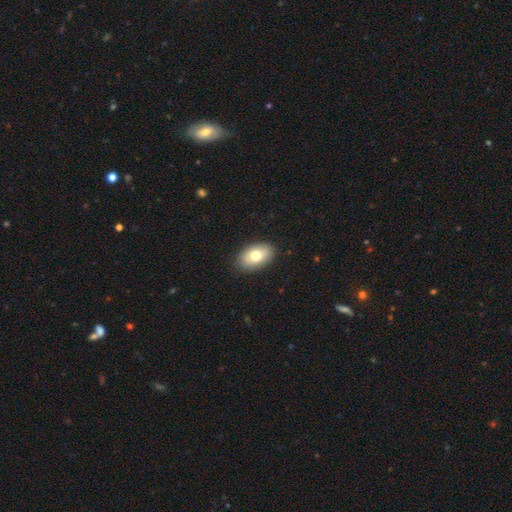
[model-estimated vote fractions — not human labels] A smooth galaxy with no disk features (74%) that is in between round and cigar-shaped (91%).

Vote fractions:
- Smooth or featured? smooth: 74% / featured or disk: 19% / star or artifact: 7%
- How rounded? in between: 91% / round: 7% / cigar-shaped: 1%
- Merging? none: 87% / minor disturbance: 10% / major disturbance: 2% / merger: 1%